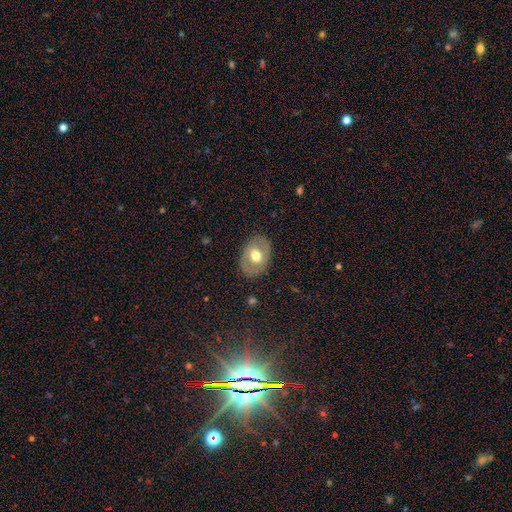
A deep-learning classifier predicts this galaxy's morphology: smooth 56%, featured or disk 38%, star or artifact 7%. Down the decision tree: how rounded — in between (74%); merging — none (84%).